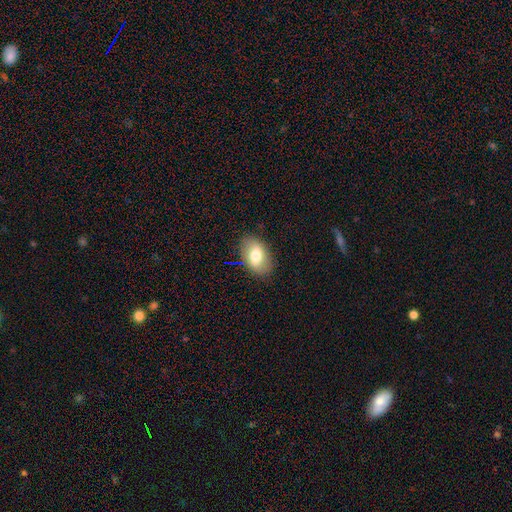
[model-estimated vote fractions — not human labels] Smooth or featured?
  - smooth: 70% *
  - featured or disk: 23%
  - star or artifact: 7%
How rounded?
  - in between: 87% *
  - round: 11%
  - cigar-shaped: 1%
Merging?
  - none: 84% *
  - minor disturbance: 12%
  - major disturbance: 3%
  - merger: 1%